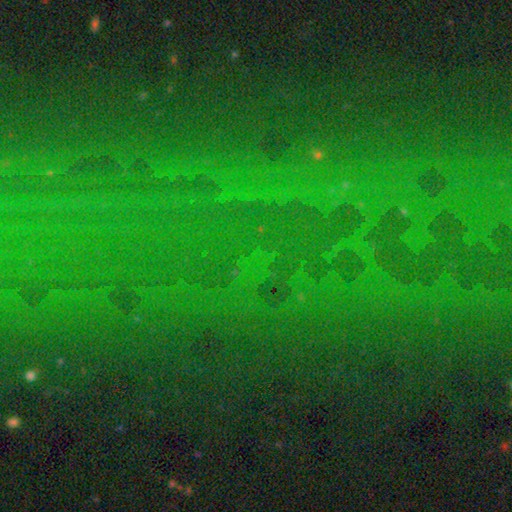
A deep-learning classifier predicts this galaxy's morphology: Smooth or featured?
  - star or artifact: 82% *
  - smooth: 10%
  - featured or disk: 8%